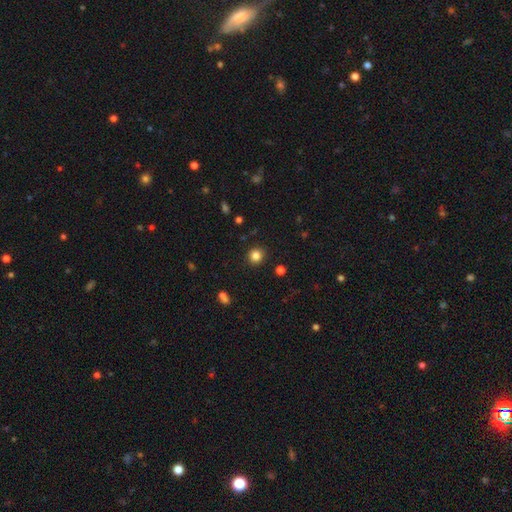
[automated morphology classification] Smooth or featured?
  - smooth: 83% *
  - star or artifact: 13%
  - featured or disk: 4%
How rounded?
  - round: 91% *
  - in between: 8%
  - cigar-shaped: 1%
Merging?
  - none: 90% *
  - minor disturbance: 6%
  - major disturbance: 2%
  - merger: 2%